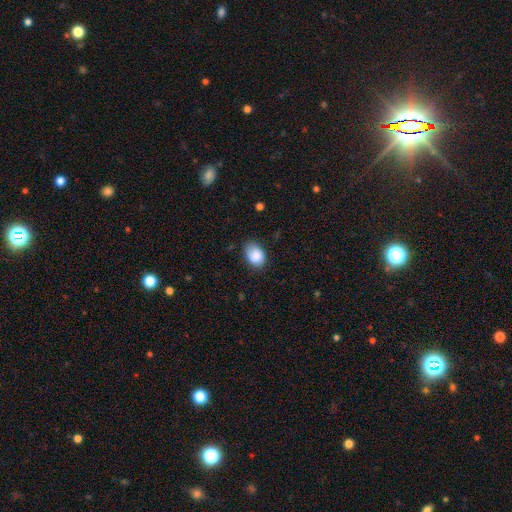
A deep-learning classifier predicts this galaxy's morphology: The model was most divided on "merging": none: 67%, minor disturbance: 26%, major disturbance: 5%, merger: 1%. More confident: smooth or featured — smooth (86%); how rounded — in between (75%).